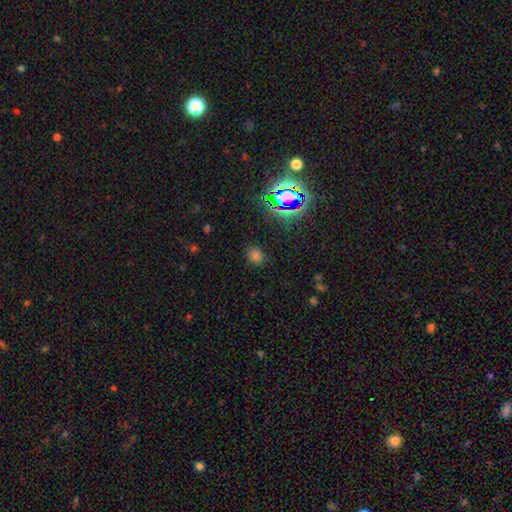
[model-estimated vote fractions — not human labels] smooth-or-featured: smooth: 62% | star or artifact: 32% | featured or disk: 6%
  how-rounded: round: 64% | in between: 34% | cigar-shaped: 1%
  merging: none: 86% | minor disturbance: 9% | major disturbance: 3% | merger: 2%